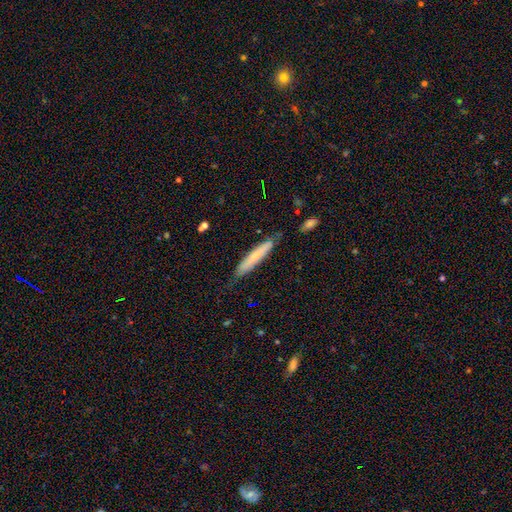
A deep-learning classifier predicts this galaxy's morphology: This appears to be a smooth galaxy with no disk features (63%) that is cigar-shaped (92%). Merging: none (76%).